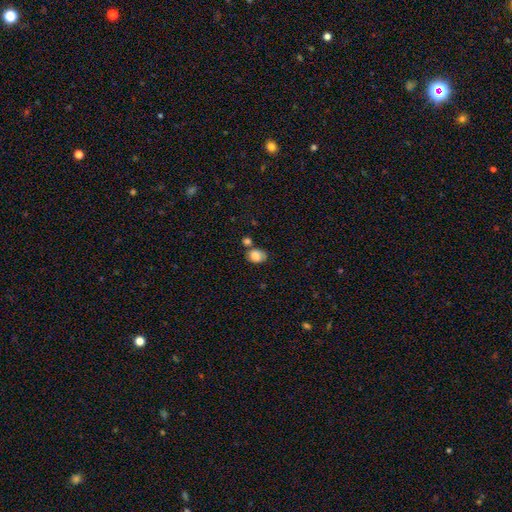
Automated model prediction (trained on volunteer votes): This is clearly a smooth galaxy (84%). How rounded: likely in between (63%). Merging: possibly none (52%).